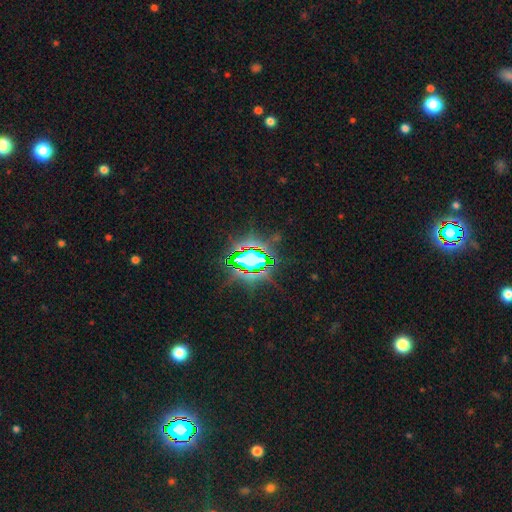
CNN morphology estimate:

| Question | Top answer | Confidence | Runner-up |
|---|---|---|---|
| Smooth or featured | star or artifact | 74% | featured or disk (13%) |